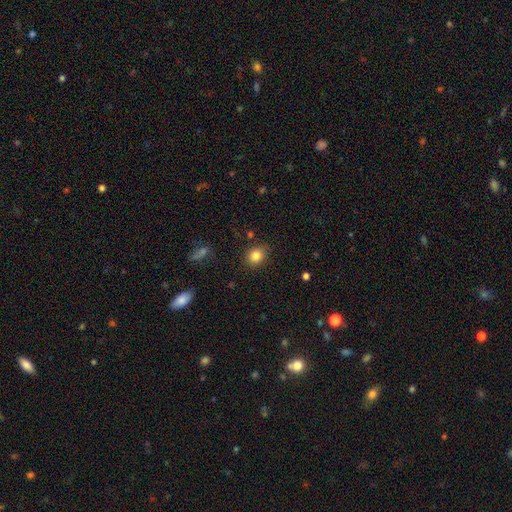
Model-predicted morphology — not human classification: Smooth or featured? smooth (84%)
How rounded? round (55%)
Merging? none (85%)